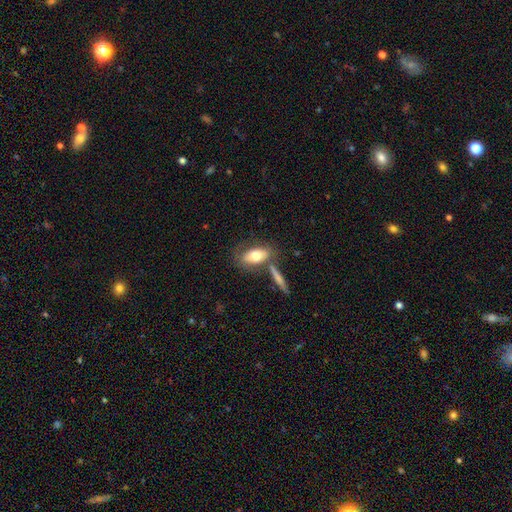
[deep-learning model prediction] The model was most divided on "merging": none: 56%, merger: 22%, minor disturbance: 15%, major disturbance: 7%. More confident: how rounded — in between (87%); smooth or featured — smooth (70%).